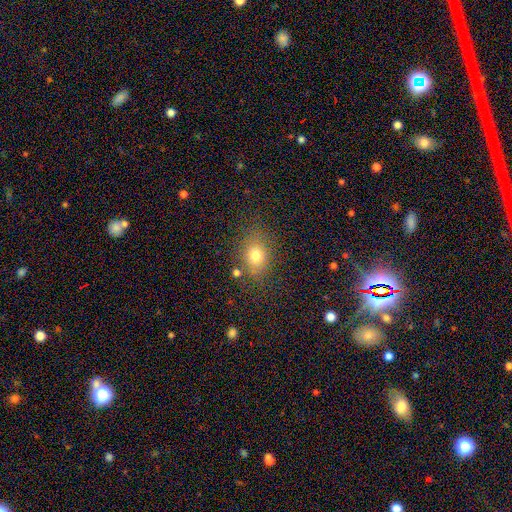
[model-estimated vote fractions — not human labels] This appears to be a smooth galaxy with no disk features (76%) that is in between round and cigar-shaped (61%). Merging: none (76%).